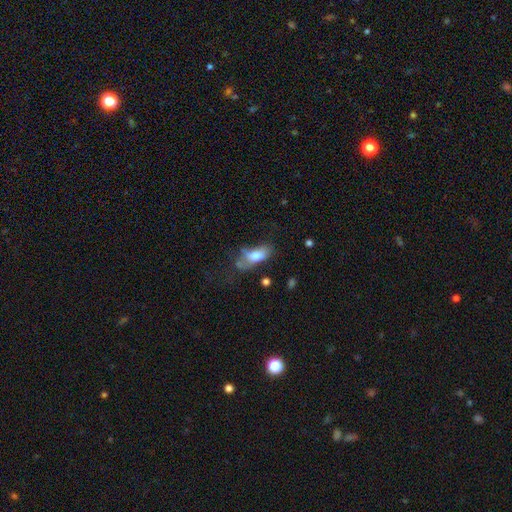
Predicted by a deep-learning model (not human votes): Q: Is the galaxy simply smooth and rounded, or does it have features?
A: smooth — 68%.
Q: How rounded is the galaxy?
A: in between — 84%.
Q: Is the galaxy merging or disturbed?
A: none — 32%.